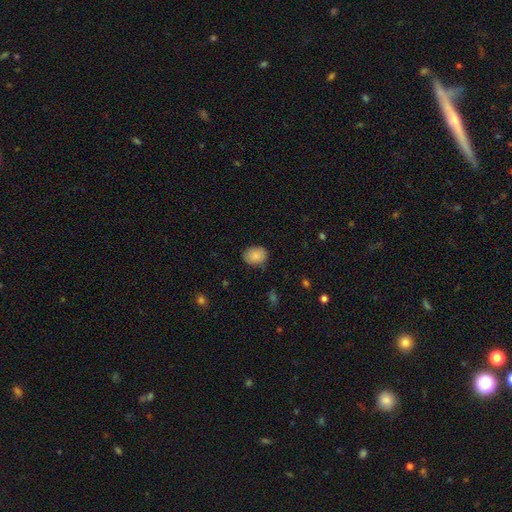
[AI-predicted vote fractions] A smooth galaxy with no disk features (87%) that is in between round and cigar-shaped (53%). Merging: none (80%).